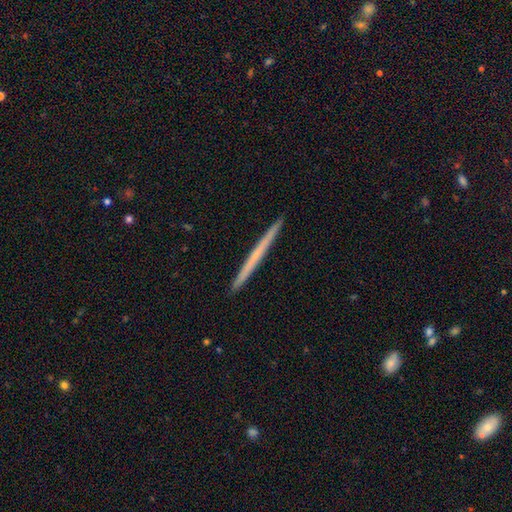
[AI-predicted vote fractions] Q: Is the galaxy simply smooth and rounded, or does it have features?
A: featured or disk — 53%.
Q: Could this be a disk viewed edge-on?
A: yes — 98%.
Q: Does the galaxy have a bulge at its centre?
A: none — 86%.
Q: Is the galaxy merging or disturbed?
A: none — 93%.